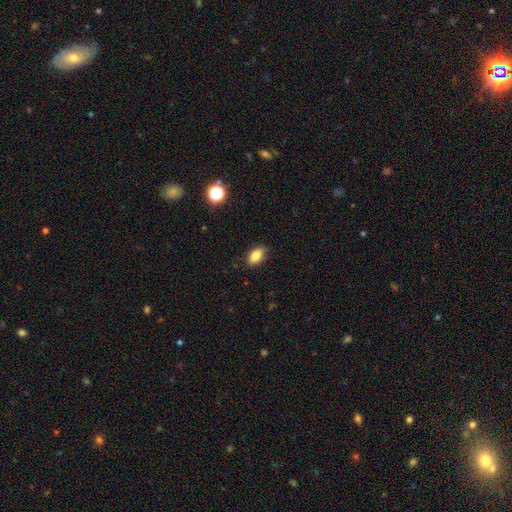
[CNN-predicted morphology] This appears to be a smooth galaxy with no disk features (81%) that is in between round and cigar-shaped (88%). Merging: none (82%).